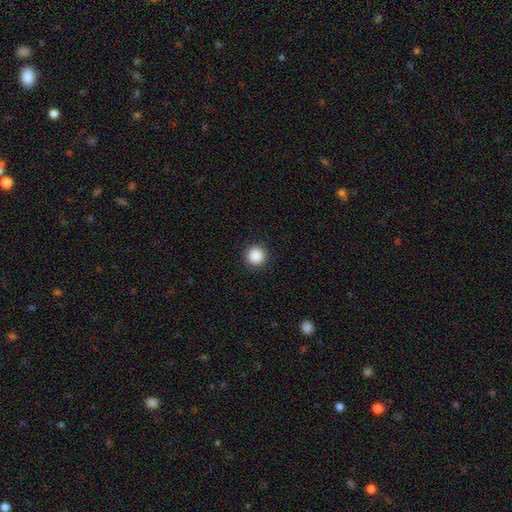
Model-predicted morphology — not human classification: A smooth galaxy with no disk features (88%) that is round (96%). Merging: none (92%).